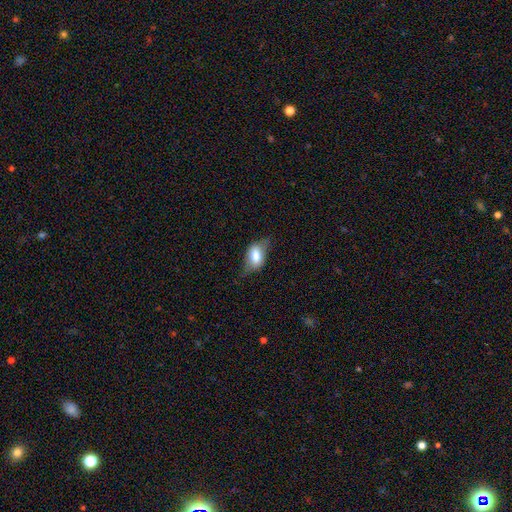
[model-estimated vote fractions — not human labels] A smooth galaxy with no disk features (61%) that is in between round and cigar-shaped (84%). Merging: none (56%).